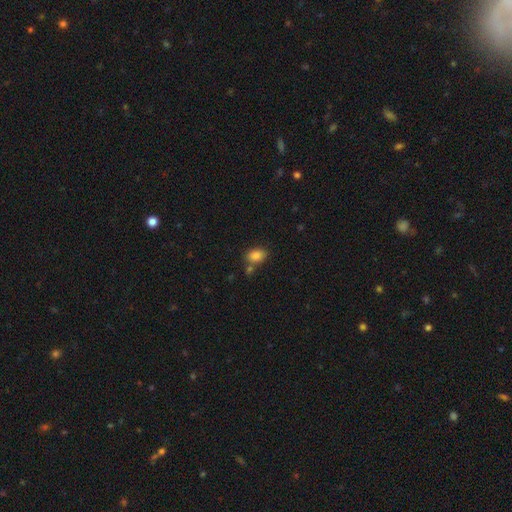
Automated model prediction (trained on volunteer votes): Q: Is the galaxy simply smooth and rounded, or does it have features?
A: smooth — 85%.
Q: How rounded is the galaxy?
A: in between — 80%.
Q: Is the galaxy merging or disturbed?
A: none — 66%.